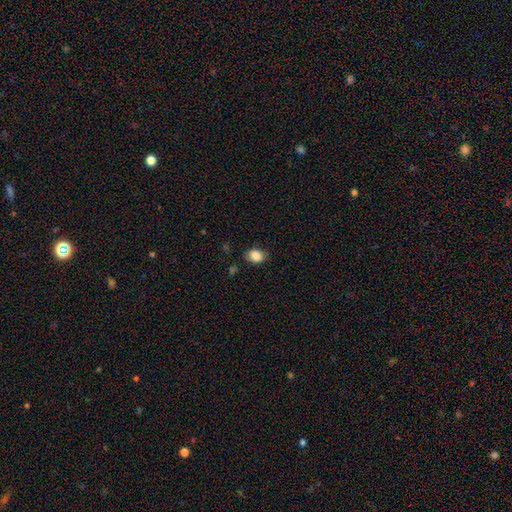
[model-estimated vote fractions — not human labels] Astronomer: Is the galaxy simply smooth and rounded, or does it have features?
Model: smooth — 87%.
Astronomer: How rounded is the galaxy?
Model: in between — 64%.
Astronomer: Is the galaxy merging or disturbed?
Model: none — 79%.